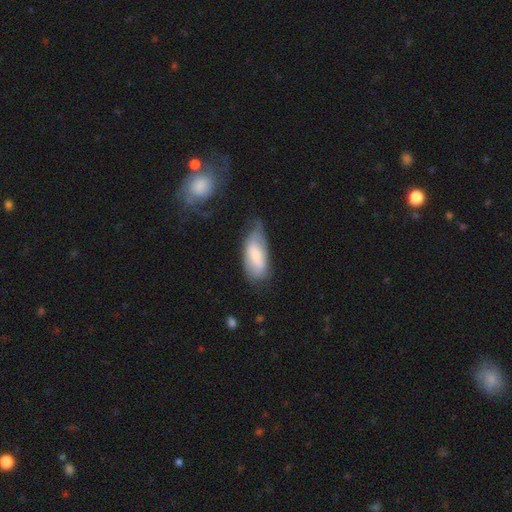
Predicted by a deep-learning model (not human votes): smooth_or_featured: smooth (p=0.64) [alt: featured or disk p=0.29]
how_rounded: in between (p=0.84) [alt: cigar-shaped p=0.14]
merging: none (p=0.42) [alt: minor disturbance p=0.38]